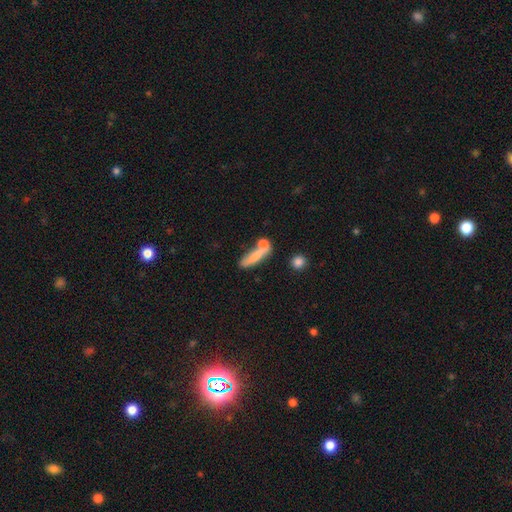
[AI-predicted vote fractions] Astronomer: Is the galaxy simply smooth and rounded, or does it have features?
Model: smooth — 73%.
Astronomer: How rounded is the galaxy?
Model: cigar-shaped — 66%.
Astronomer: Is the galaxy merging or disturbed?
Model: none — 43% (runner-up: merger, 32%).